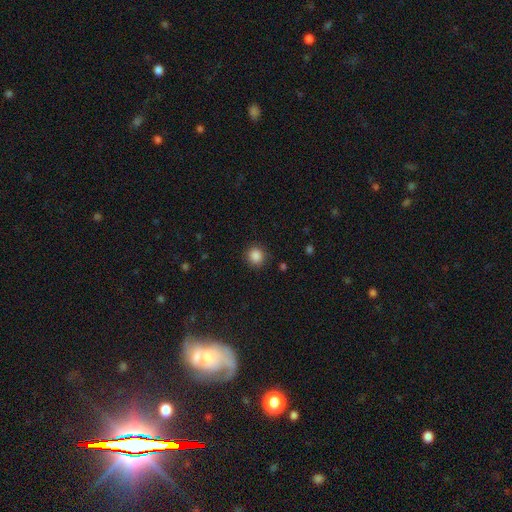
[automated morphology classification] Overall: smooth (87%). How rounded: round (89%). Merging: none (88%).